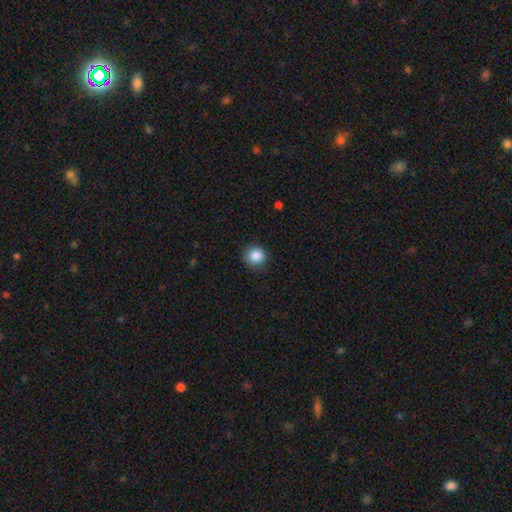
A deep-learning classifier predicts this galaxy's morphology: Smooth or featured? Predicted: smooth (p=0.87). How rounded? Predicted: round (p=0.87). Merging? Predicted: none (p=0.82).